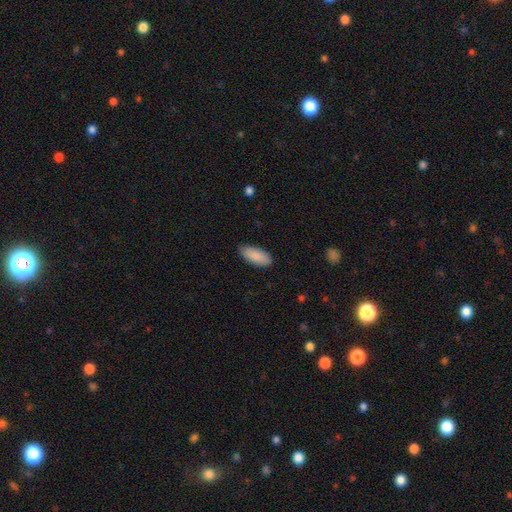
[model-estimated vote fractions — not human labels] Smooth or featured? smooth (90%)
How rounded? in between (85%)
Merging? none (85%)